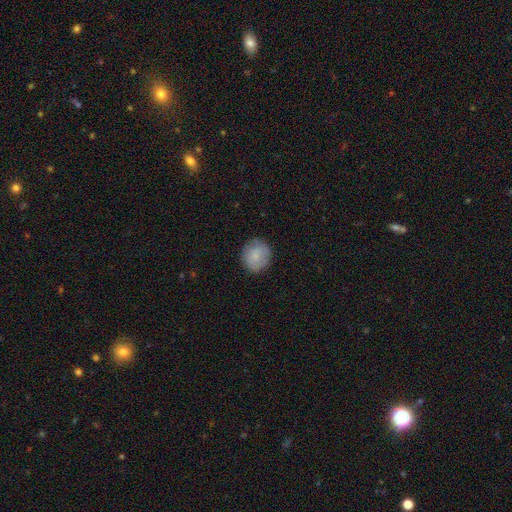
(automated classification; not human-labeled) Overall: smooth (80%). How rounded: round (84%). Merging: none (82%).